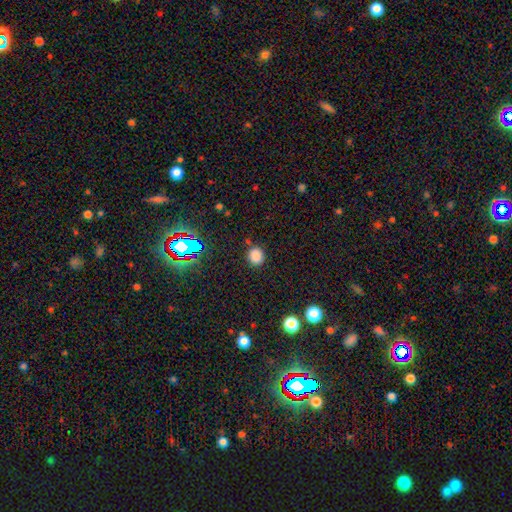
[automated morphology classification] This is clearly a smooth galaxy (80%). How rounded: likely round (80%). Merging: clearly none (86%).